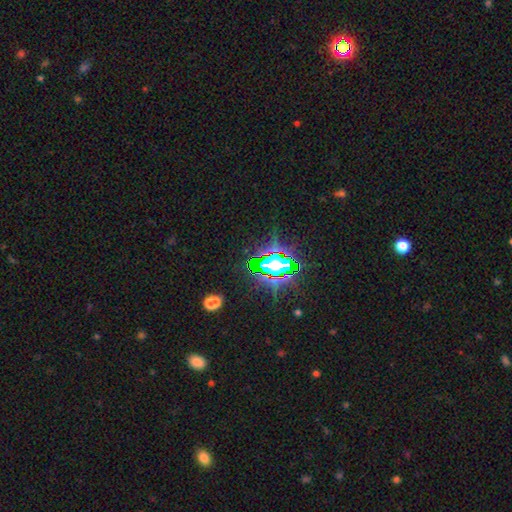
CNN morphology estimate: Overall: star or artifact (84%).